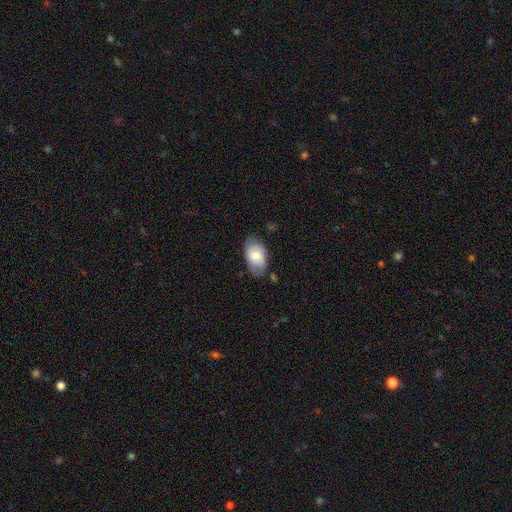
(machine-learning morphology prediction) type=smooth (66%); roundness=in between (92%); merging=none (68%).